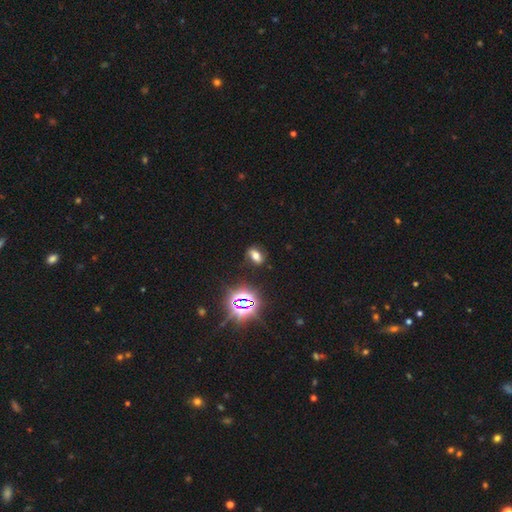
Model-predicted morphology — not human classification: Smooth or featured? smooth (55%)
How rounded? in between (81%)
Merging? none (84%)